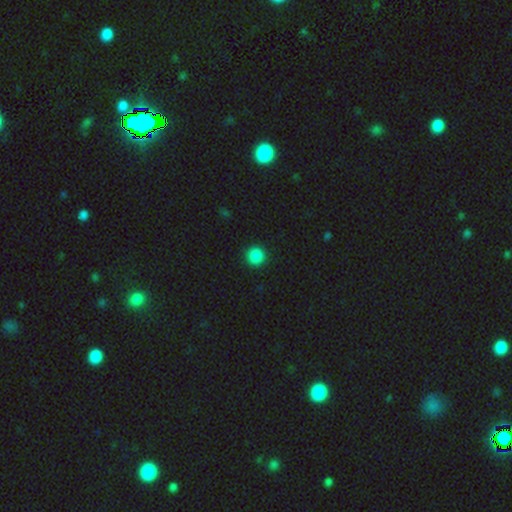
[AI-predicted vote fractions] smooth_or_featured: smooth (p=0.87) [alt: star or artifact p=0.10]
how_rounded: round (p=0.95) [alt: in between p=0.04]
merging: none (p=0.93) [alt: minor disturbance p=0.05]